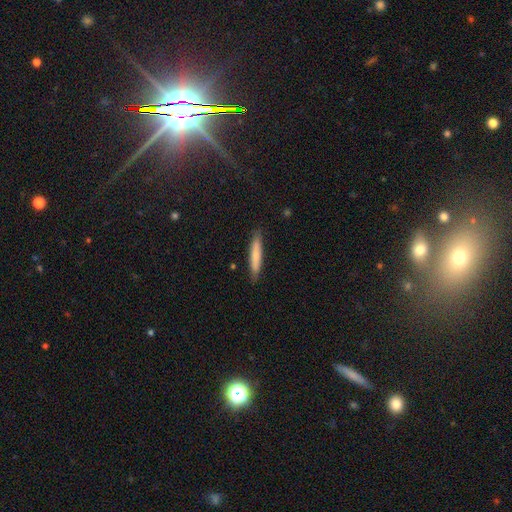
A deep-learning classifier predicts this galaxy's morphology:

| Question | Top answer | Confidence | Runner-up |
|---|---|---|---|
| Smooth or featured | smooth | 71% | featured or disk (23%) |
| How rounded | cigar-shaped | 93% | in between (6%) |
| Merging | none | 86% | minor disturbance (11%) |